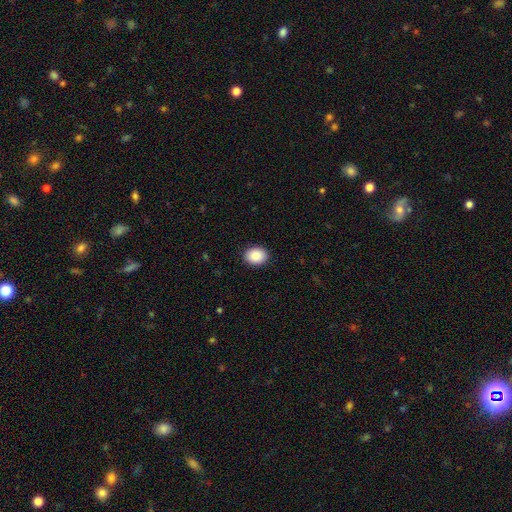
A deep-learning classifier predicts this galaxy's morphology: This is clearly a smooth galaxy (88%). How rounded: possibly in between (50%). Merging: clearly none (91%).